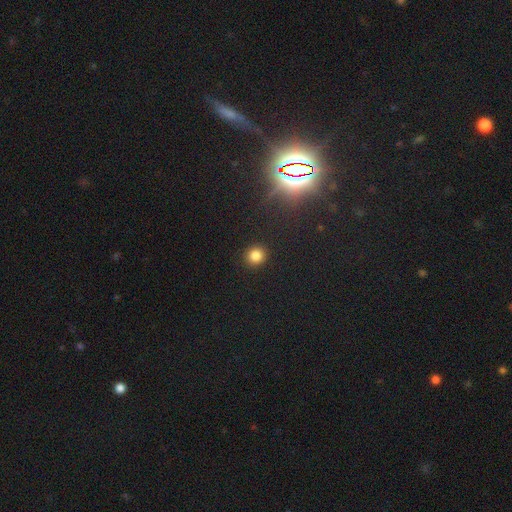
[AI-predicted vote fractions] This appears to be a smooth galaxy with no disk features (81%) that is round (89%). Merging: none (92%).